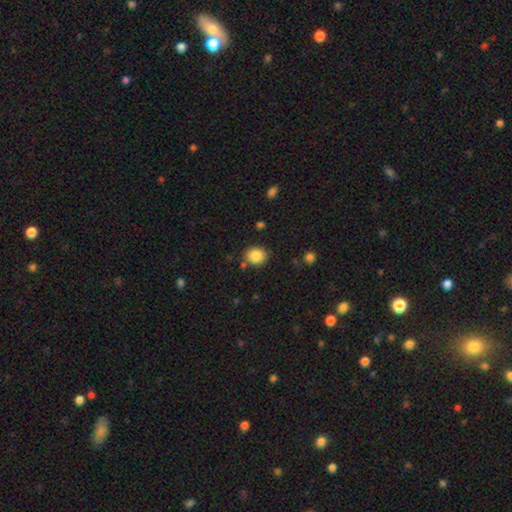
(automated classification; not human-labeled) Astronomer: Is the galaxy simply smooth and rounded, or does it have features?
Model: smooth — 87%.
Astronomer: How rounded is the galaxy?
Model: round — 63%.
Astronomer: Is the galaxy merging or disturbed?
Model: none — 82%.